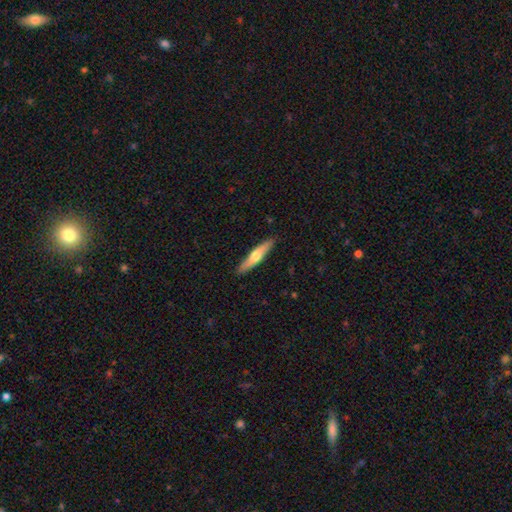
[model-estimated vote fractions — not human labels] Smooth or featured? smooth (50%)
How rounded? cigar-shaped (85%)
Merging? none (90%)